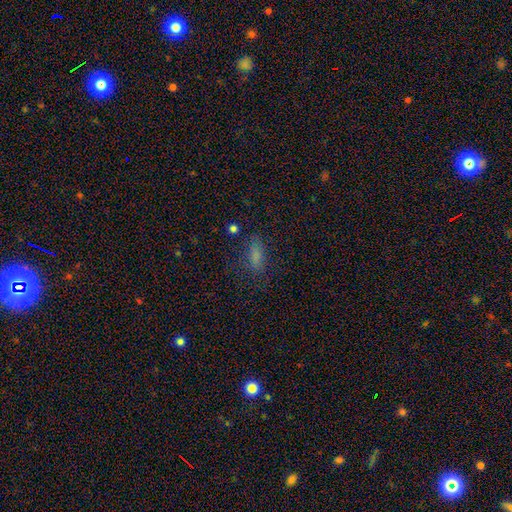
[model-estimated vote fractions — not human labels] This appears to be a smooth galaxy with no disk features (76%) that is in between round and cigar-shaped (66%). Merging: none (70%).